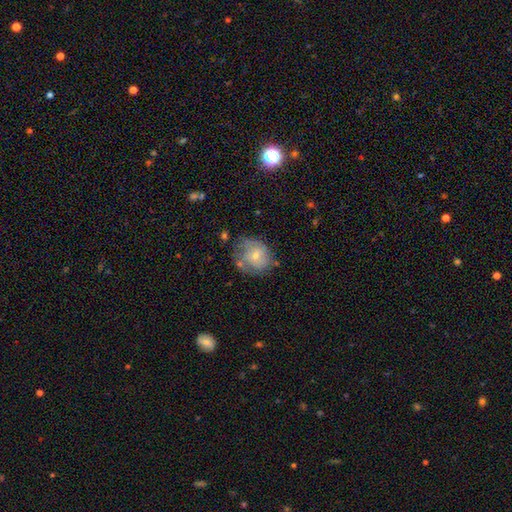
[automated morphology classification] Smooth or featured?
  - smooth: 57% *
  - featured or disk: 35%
  - star or artifact: 8%
How rounded?
  - round: 69% *
  - in between: 30%
  - cigar-shaped: 1%
Merging?
  - none: 48% *
  - minor disturbance: 30%
  - major disturbance: 15%
  - merger: 8%